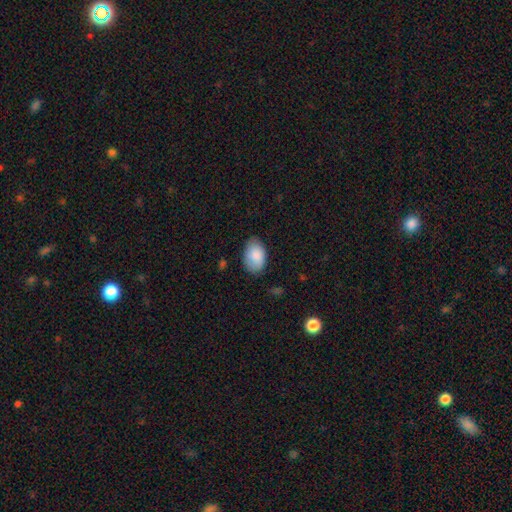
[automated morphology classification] The model was most divided on "merging": none: 77%, minor disturbance: 19%, major disturbance: 3%, merger: 1%. More confident: how rounded — in between (90%); smooth or featured — smooth (87%).